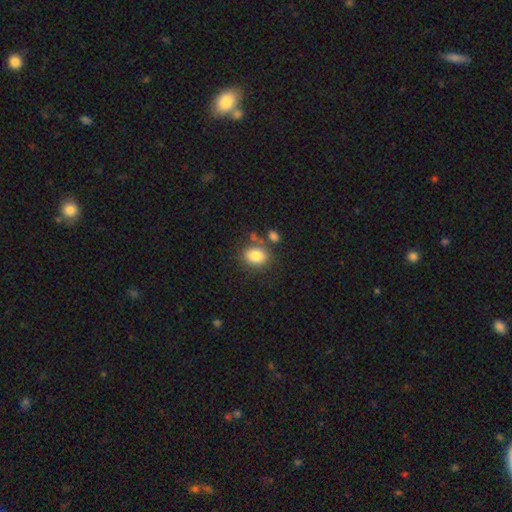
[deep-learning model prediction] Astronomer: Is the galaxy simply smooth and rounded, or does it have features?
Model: smooth — 83%.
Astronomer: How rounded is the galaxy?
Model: in between — 58% (runner-up: round, 41%).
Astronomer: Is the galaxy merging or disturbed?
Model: none — 71%.